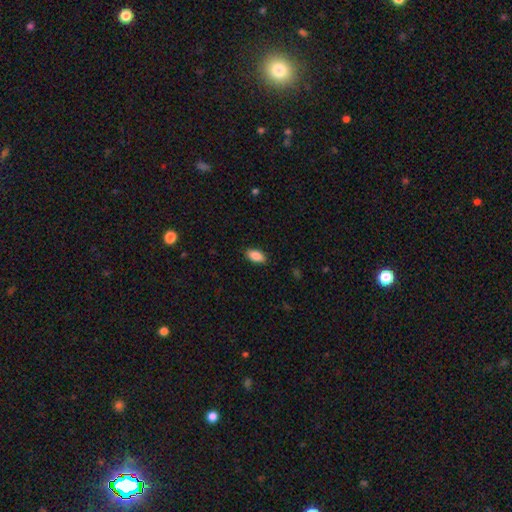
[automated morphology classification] Overall: smooth (88%). How rounded: in between (92%). Merging: none (88%).